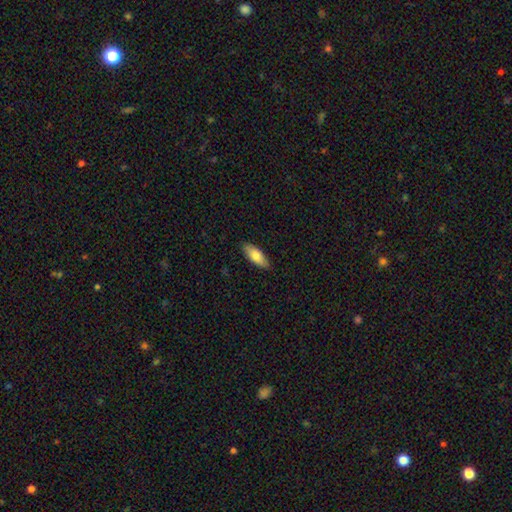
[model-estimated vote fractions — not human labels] Q: Smooth or featured?
A: smooth (80%); runner-up: featured or disk (14%)
Q: How rounded?
A: in between (75%); runner-up: cigar-shaped (23%)
Q: Merging?
A: none (87%); runner-up: minor disturbance (10%)